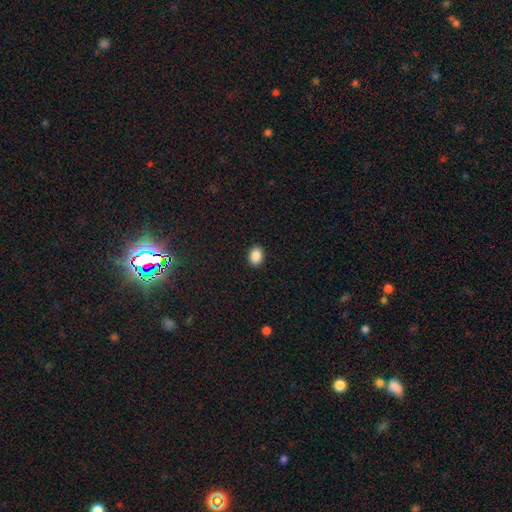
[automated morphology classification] A smooth galaxy with no disk features (89%) that is in between round and cigar-shaped (71%). Merging: none (91%).